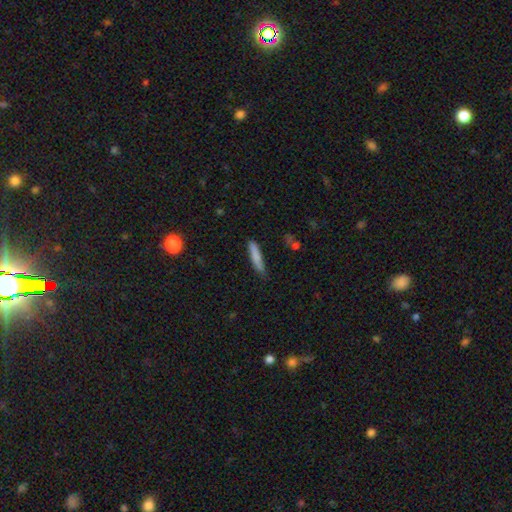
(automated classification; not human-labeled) smooth-or-featured: smooth: 81% | featured or disk: 12% | star or artifact: 6%
  how-rounded: cigar-shaped: 89% | in between: 9% | round: 1%
  merging: none: 77% | minor disturbance: 18% | major disturbance: 3% | merger: 2%